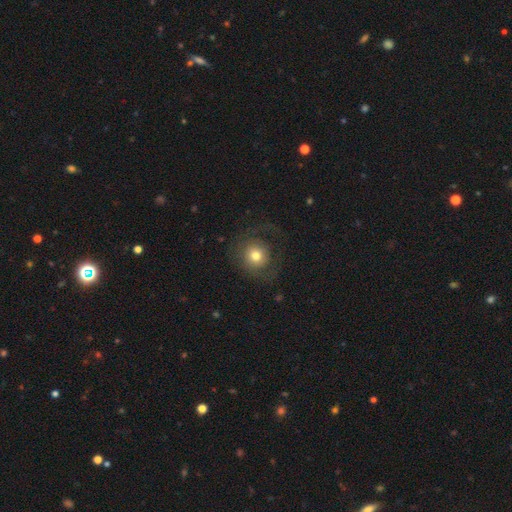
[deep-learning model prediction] A smooth galaxy with no disk features (64%) that is round (90%).

Vote fractions:
- Smooth or featured? smooth: 64% / featured or disk: 26% / star or artifact: 10%
- How rounded? round: 90% / in between: 9% / cigar-shaped: 1%
- Merging? none: 63% / major disturbance: 21% / minor disturbance: 14% / merger: 1%